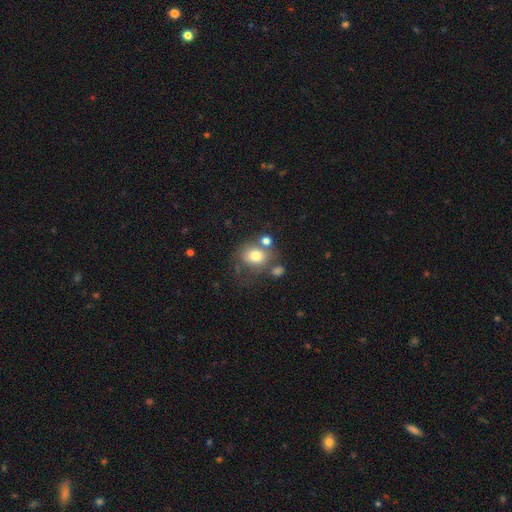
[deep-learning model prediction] Smooth or featured: smooth — 76% (featured or disk — 13%)
How rounded: round — 63% (in between — 37%)
Merging: none — 55% (merger — 21%)